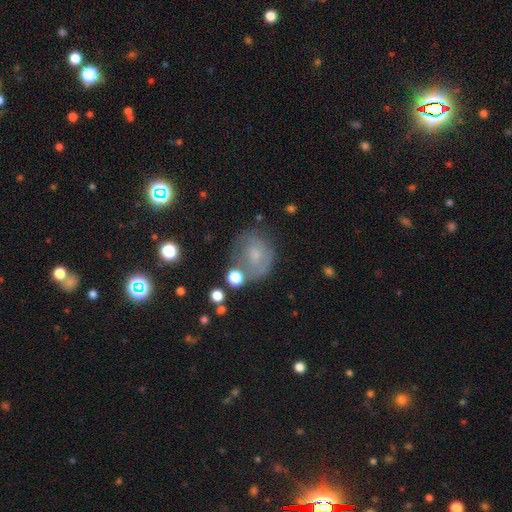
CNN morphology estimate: Smooth or featured?
  - smooth: 51% *
  - featured or disk: 34%
  - star or artifact: 15%
How rounded?
  - round: 70% *
  - in between: 28%
  - cigar-shaped: 1%
Merging?
  - none: 59% *
  - minor disturbance: 23%
  - major disturbance: 12%
  - merger: 6%